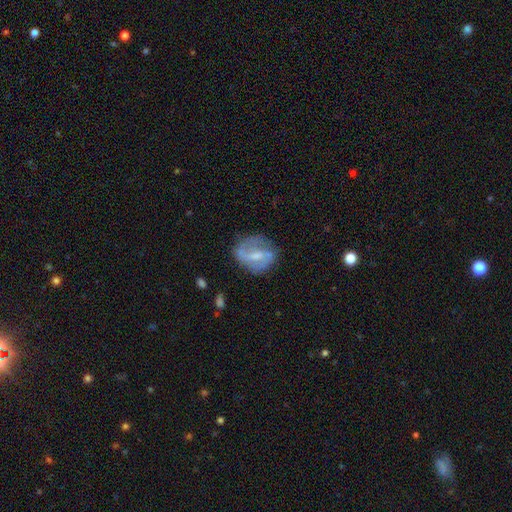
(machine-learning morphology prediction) Smooth or featured?
  - featured or disk: 70% *
  - smooth: 23%
  - star or artifact: 7%
Edge-on disk?
  - no: 96% *
  - yes: 4%
Bar?
  - weak: 48% *
  - strong: 33%
  - no: 19%
Spiral arms?
  - yes: 78% *
  - no: 22%
Spiral winding?
  - medium: 41% *
  - loose: 39%
  - tight: 20%
Spiral arm count?
  - 2: 73% *
  - can't tell: 14%
  - 1: 8%
  - 3: 3%
  - 4: 1%
  - more than 4: 1%
Bulge size?
  - small: 40% *
  - moderate: 36%
  - none: 19%
  - large: 4%
  - dominant: 1%
Merging?
  - none: 62% *
  - minor disturbance: 23%
  - major disturbance: 13%
  - merger: 3%